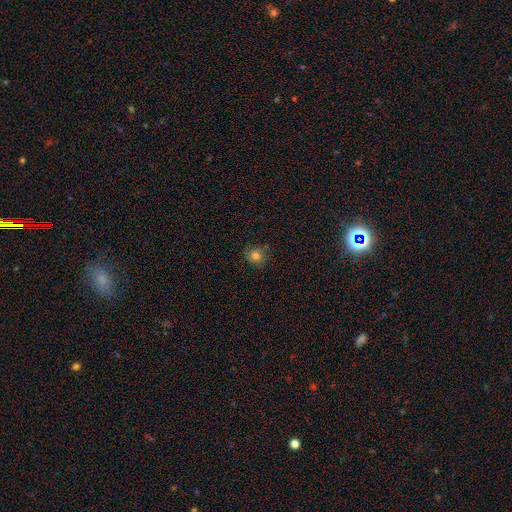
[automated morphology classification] type=smooth (77%); roundness=round (83%); merging=none (76%).